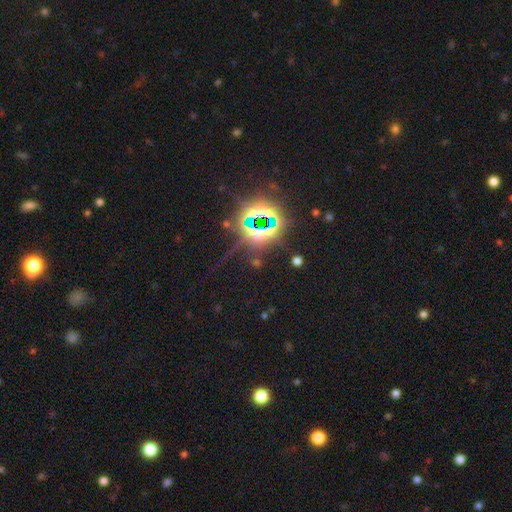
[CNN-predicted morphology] smooth_or_featured: star or artifact (p=0.81) [alt: featured or disk p=0.10]